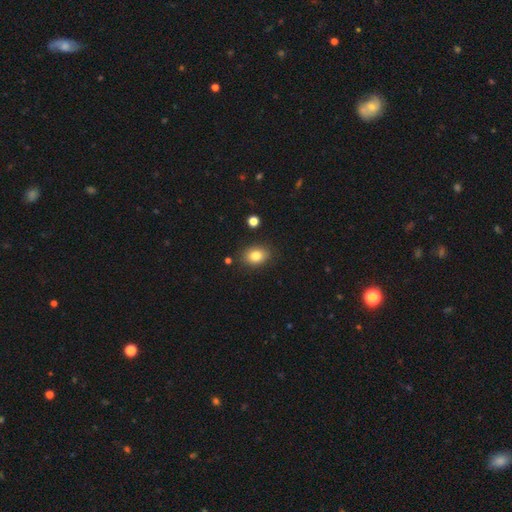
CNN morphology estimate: Smooth or featured? smooth (82%)
How rounded? in between (67%)
Merging? none (85%)